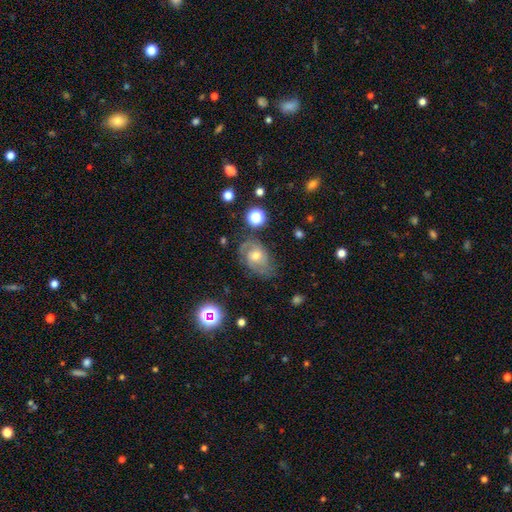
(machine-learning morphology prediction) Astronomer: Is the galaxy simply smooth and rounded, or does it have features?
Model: featured or disk — 73%.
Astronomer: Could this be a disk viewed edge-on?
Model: no — 96%.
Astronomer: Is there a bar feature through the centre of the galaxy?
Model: no — 64%.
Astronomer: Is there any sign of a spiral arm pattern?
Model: yes — 92%.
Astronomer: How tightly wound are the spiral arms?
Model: tight — 44% (runner-up: medium, 43%).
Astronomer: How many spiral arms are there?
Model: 2 — 55%.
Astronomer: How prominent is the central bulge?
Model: moderate — 61%.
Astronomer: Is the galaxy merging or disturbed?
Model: none — 67%.